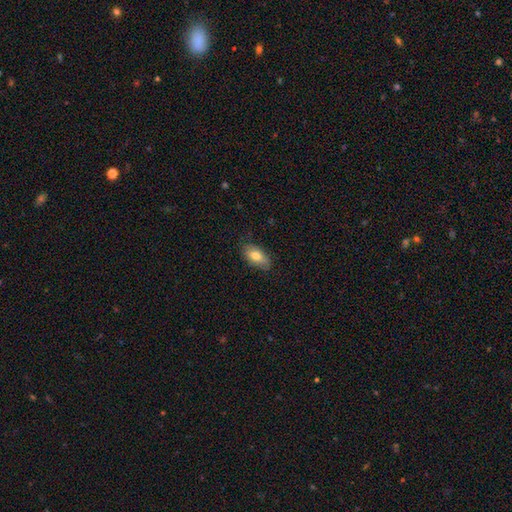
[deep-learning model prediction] This is likely a smooth galaxy (76%). How rounded: clearly in between (89%). Merging: clearly none (80%).